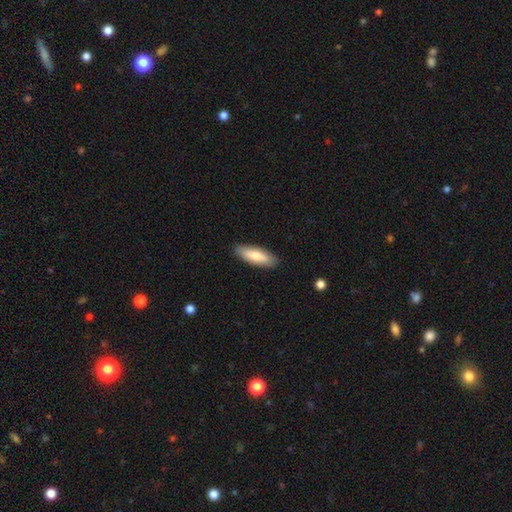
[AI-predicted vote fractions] Smooth or featured? smooth (77%)
How rounded? in between (58%)
Merging? none (88%)